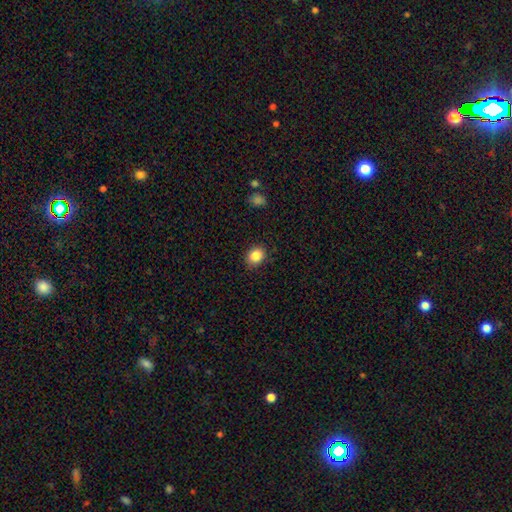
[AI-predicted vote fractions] Q: Smooth or featured?
A: smooth (86%); runner-up: star or artifact (9%)
Q: How rounded?
A: round (61%); runner-up: in between (38%)
Q: Merging?
A: none (86%); runner-up: minor disturbance (10%)